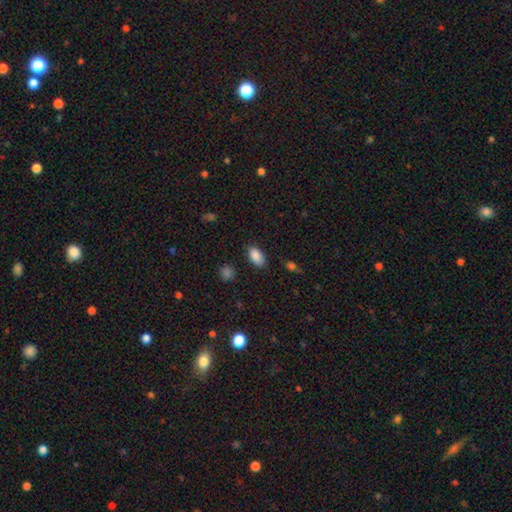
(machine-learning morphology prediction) The model was most divided on "merging": none: 83%, minor disturbance: 12%, major disturbance: 3%, merger: 2%. More confident: how rounded — in between (92%); smooth or featured — smooth (87%).